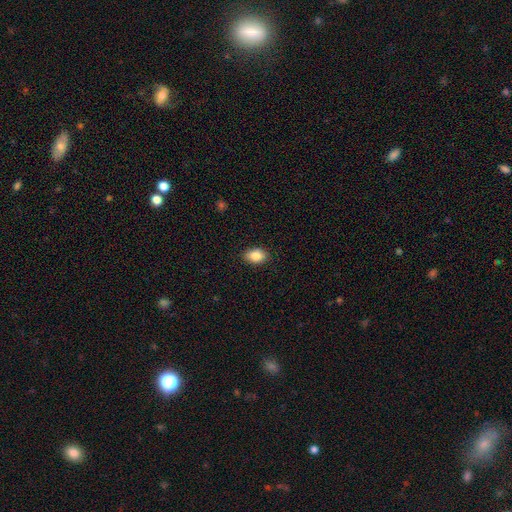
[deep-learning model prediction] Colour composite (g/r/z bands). It shows a smooth galaxy with no disk features (86%) that is in between round and cigar-shaped (82%). Merging: none (88%).